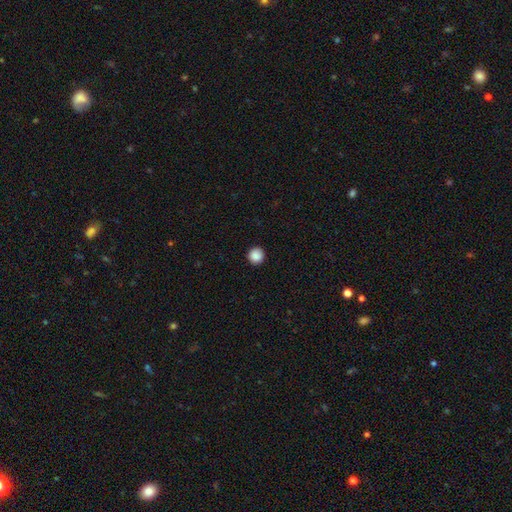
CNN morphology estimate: Overall: smooth (88%). How rounded: round (95%). Merging: none (93%).